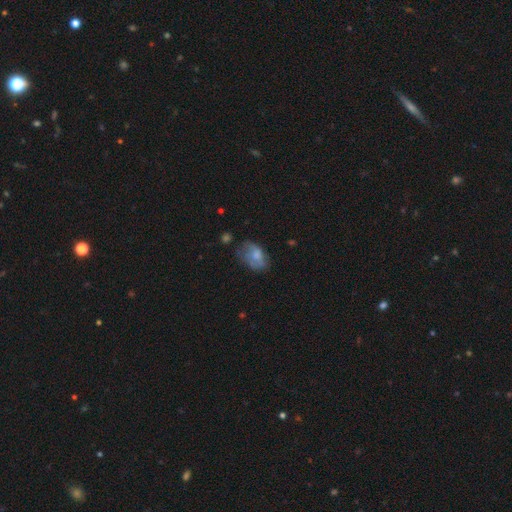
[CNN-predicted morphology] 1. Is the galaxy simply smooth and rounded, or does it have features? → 62% smooth, 30% featured or disk, 9% star or artifact.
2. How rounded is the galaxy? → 85% in between, 13% round, 1% cigar-shaped.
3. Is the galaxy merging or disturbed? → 48% none, 31% minor disturbance, 17% major disturbance, 3% merger.